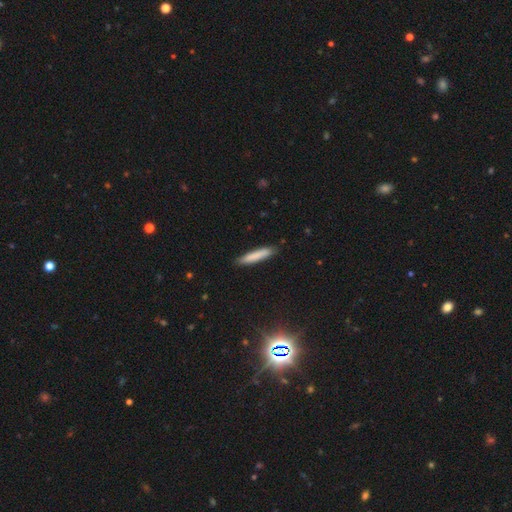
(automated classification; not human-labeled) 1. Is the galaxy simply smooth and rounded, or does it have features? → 82% smooth, 12% featured or disk, 6% star or artifact.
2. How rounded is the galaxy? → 91% cigar-shaped, 8% in between, 1% round.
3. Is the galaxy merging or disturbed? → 88% none, 9% minor disturbance, 2% major disturbance, 1% merger.